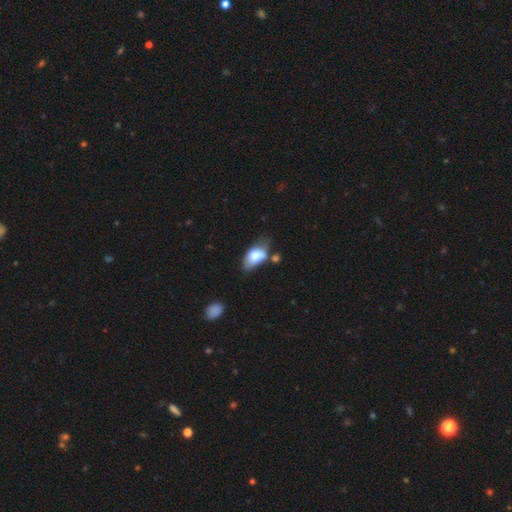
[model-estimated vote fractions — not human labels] A smooth galaxy with no disk features (75%) that is in between round and cigar-shaped (91%).

Vote fractions:
- Smooth or featured? smooth: 75% / featured or disk: 18% / star or artifact: 7%
- How rounded? in between: 91% / round: 6% / cigar-shaped: 3%
- Merging? none: 36% / minor disturbance: 34% / merger: 15% / major disturbance: 15%